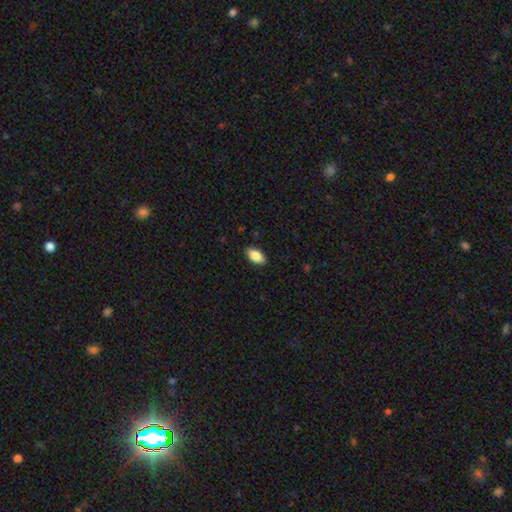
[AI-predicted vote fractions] A smooth galaxy with no disk features (83%) that is in between round and cigar-shaped (92%). Merging: none (88%).